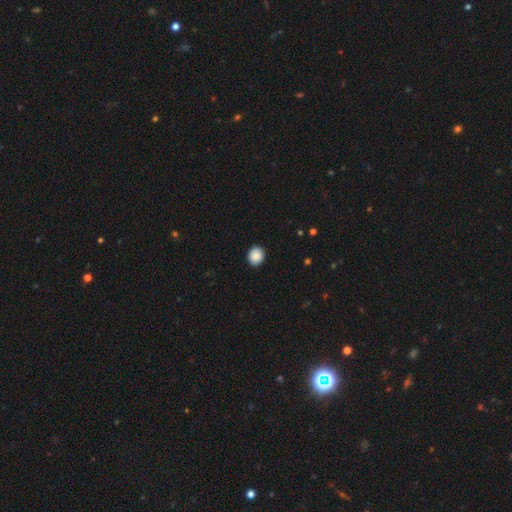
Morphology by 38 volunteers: Smooth or featured: smooth — 92% (star or artifact — 5%)
How rounded: round — 83% (in between — 17%)
Merging: none — 89% (minor disturbance — 8%)